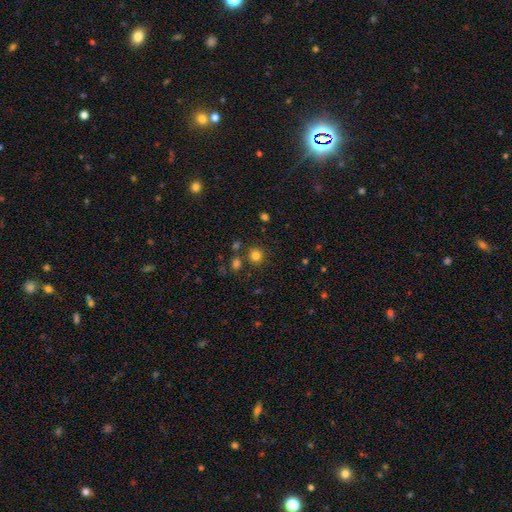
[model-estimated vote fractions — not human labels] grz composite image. It shows a smooth galaxy with no disk features (80%) that is round (90%). Merging: none (83%).